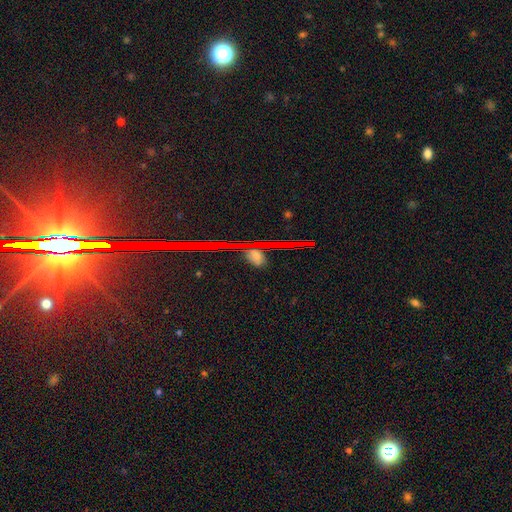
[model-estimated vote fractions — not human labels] The model was most divided on "smooth or featured": star or artifact: 49%, smooth: 40%, featured or disk: 11%.